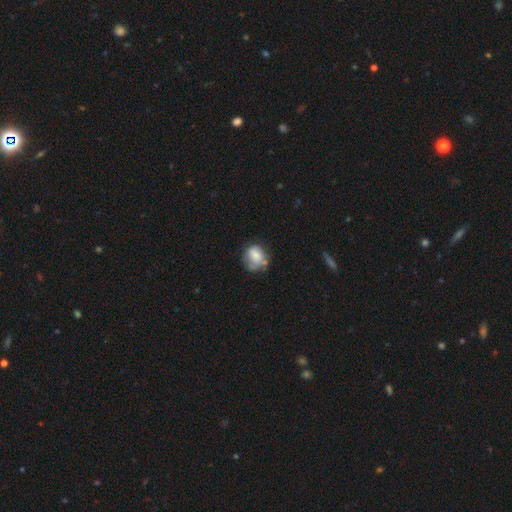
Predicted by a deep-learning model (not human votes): Morphology: type=smooth (63%); roundness=round (61%); merging=none (46%).